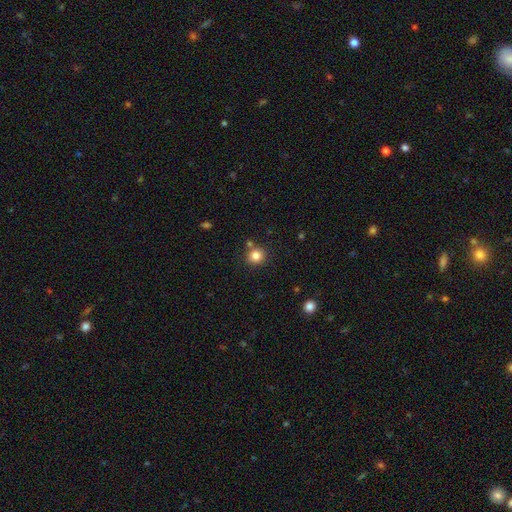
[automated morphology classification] smooth_or_featured: smooth (p=0.82) [alt: star or artifact p=0.12]
how_rounded: round (p=0.91) [alt: in between p=0.08]
merging: none (p=0.81) [alt: merger p=0.08]